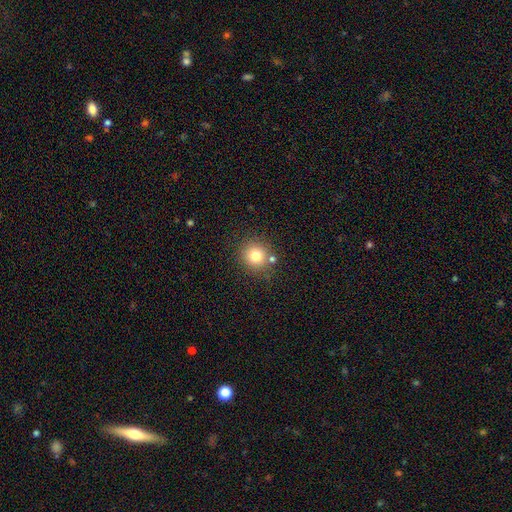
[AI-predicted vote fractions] This appears to be a smooth galaxy with no disk features (77%) that is round (91%). Merging: none (78%).